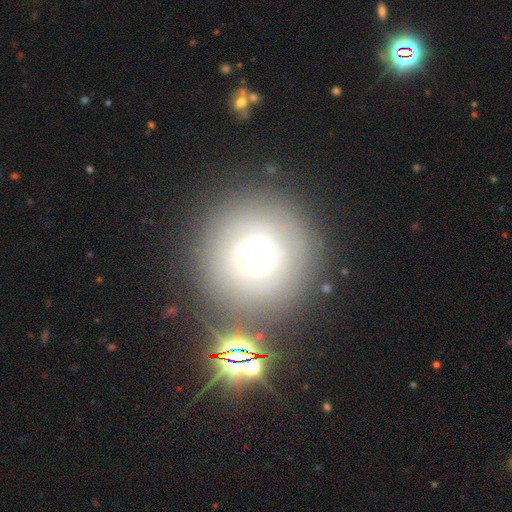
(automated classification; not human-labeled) smooth 61%, featured or disk 20%, star or artifact 19%. Down the decision tree: how rounded — round (96%); merging — none (80%).